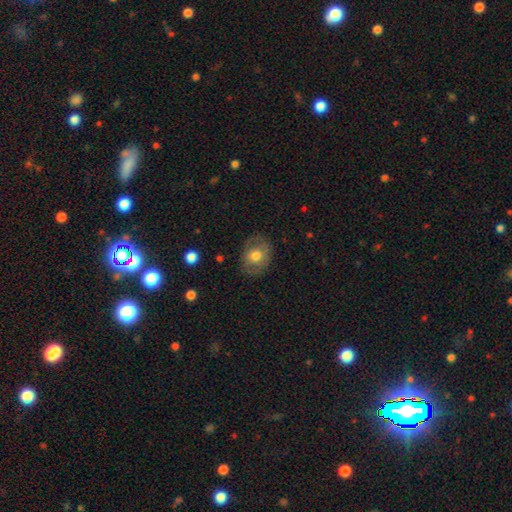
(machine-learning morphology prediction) smooth_or_featured: smooth (p=0.66) [alt: featured or disk p=0.26]
how_rounded: in between (p=0.51) [alt: round p=0.48]
merging: none (p=0.77) [alt: minor disturbance p=0.16]